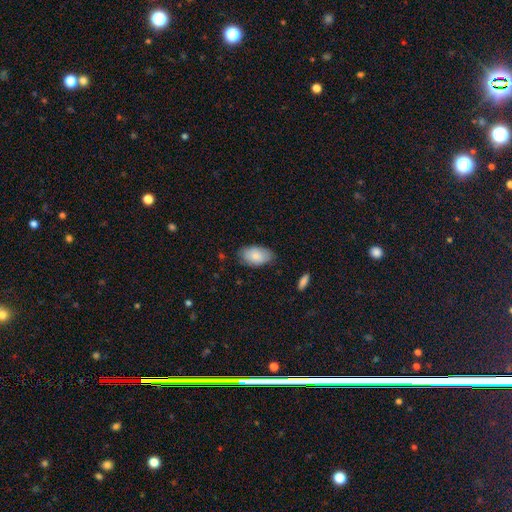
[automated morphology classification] A smooth galaxy with no disk features (84%) that is in between round and cigar-shaped (94%).

Vote fractions:
- Smooth or featured? smooth: 84% / featured or disk: 10% / star or artifact: 6%
- How rounded? in between: 94% / round: 5% / cigar-shaped: 2%
- Merging? none: 77% / minor disturbance: 18% / major disturbance: 3% / merger: 1%